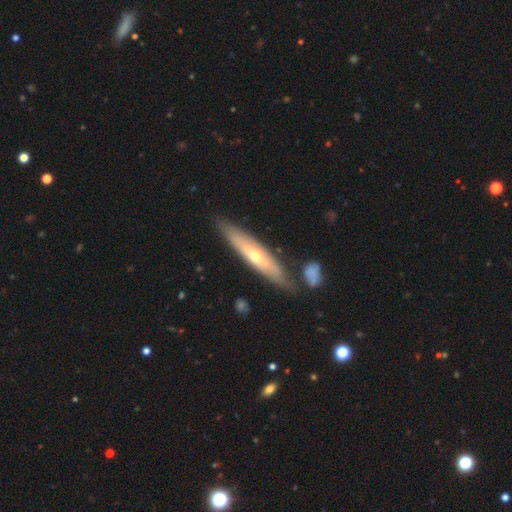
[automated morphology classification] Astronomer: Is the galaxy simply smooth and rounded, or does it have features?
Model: featured or disk — 59% (runner-up: smooth, 36%).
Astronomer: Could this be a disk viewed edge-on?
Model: yes — 73%.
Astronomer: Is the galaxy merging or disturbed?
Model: none — 77%.